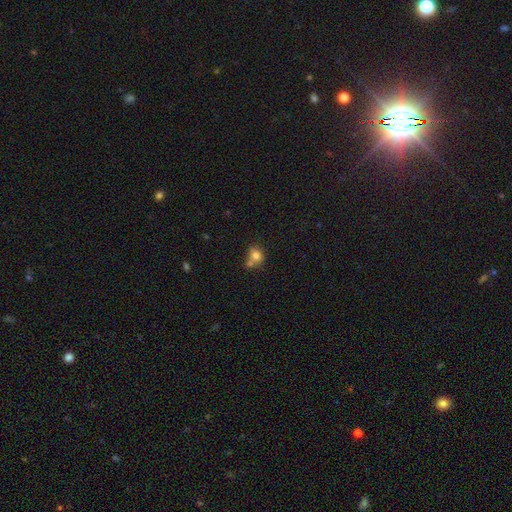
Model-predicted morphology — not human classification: The model was most divided on "merging": none: 40%, merger: 38%, minor disturbance: 15%, major disturbance: 6%. More confident: smooth or featured — smooth (77%); how rounded — round (62%).